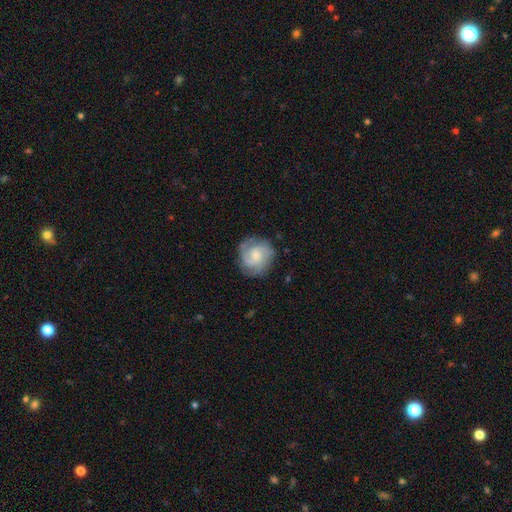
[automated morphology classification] The model was most divided on "spiral winding": medium: 44%, tight: 42%, loose: 14%. Remaining: edge-on disk — no (98%); spiral arms — yes (94%); merging — none (76%); smooth or featured — featured or disk (71%); bar — no (60%); bulge size — small (53%); spiral arm count — 2 (45%).